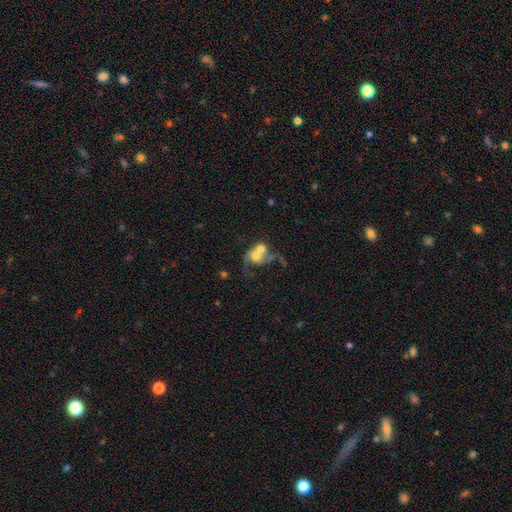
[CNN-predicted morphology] Smooth or featured? Predicted: smooth (p=0.46). Merging? Predicted: merger (p=0.70).